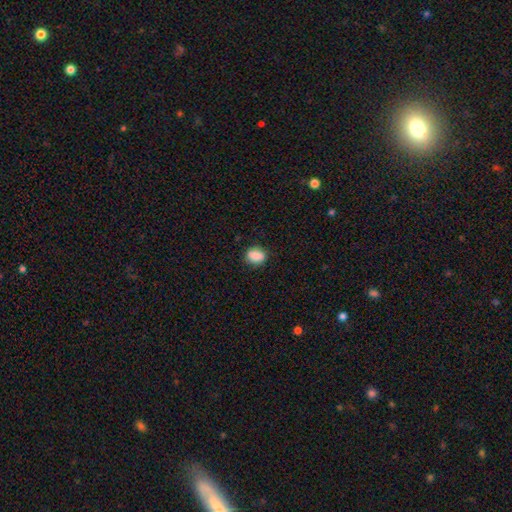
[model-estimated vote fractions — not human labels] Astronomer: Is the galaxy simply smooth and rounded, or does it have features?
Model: smooth — 87%.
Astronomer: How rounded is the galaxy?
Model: in between — 62%.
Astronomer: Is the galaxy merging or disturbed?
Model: none — 83%.